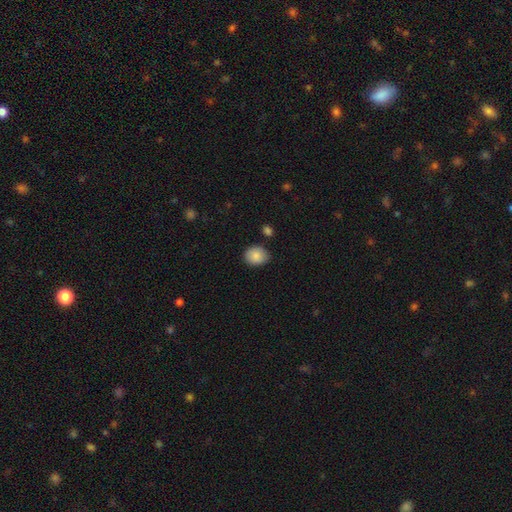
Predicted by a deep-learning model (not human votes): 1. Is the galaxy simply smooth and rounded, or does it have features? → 87% smooth, 8% star or artifact, 6% featured or disk.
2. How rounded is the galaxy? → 56% round, 43% in between, 1% cigar-shaped.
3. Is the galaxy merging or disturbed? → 78% none, 16% minor disturbance, 3% merger, 3% major disturbance.